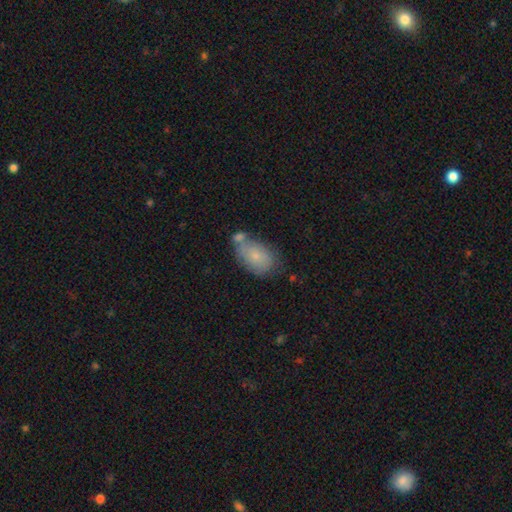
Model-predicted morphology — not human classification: smooth_or_featured: smooth (p=0.72) [alt: featured or disk p=0.20]
how_rounded: in between (p=0.89) [alt: round p=0.09]
merging: none (p=0.46) [alt: merger p=0.25]